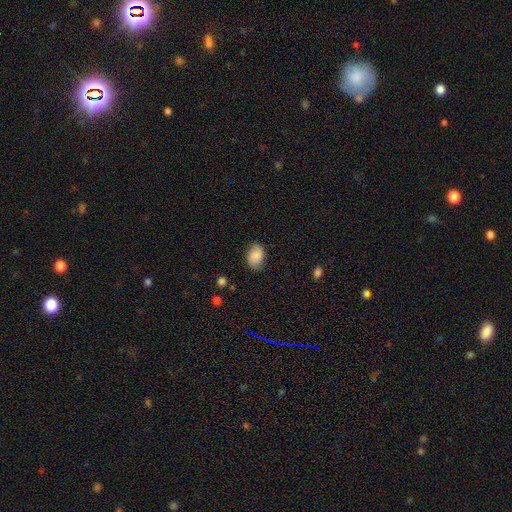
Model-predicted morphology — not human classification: A smooth galaxy with no disk features (84%) that is in between round and cigar-shaped (84%). Merging: none (81%).